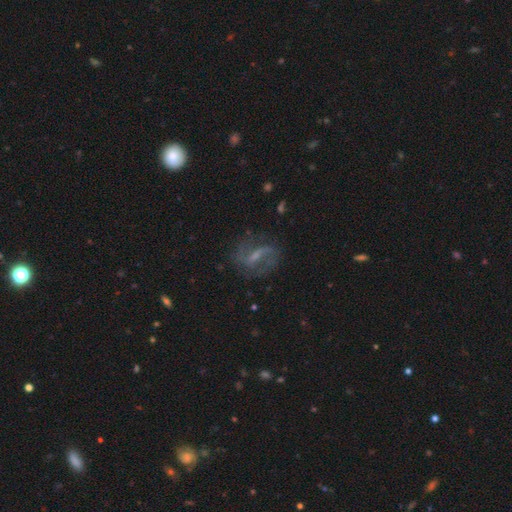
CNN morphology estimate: Smooth or featured?
  - featured or disk: 77% *
  - smooth: 14%
  - star or artifact: 10%
Edge-on disk?
  - no: 94% *
  - yes: 6%
Bar?
  - weak: 45% *
  - strong: 40%
  - no: 15%
Spiral arms?
  - yes: 89% *
  - no: 11%
Spiral winding?
  - medium: 44% *
  - loose: 42%
  - tight: 15%
Spiral arm count?
  - 2: 85% *
  - can't tell: 8%
  - 1: 4%
  - 3: 2%
  - 4: 1%
  - more than 4: 1%
Bulge size?
  - small: 45% *
  - none: 27%
  - moderate: 24%
  - large: 3%
  - dominant: 1%
Merging?
  - none: 73% *
  - minor disturbance: 16%
  - major disturbance: 10%
  - merger: 2%